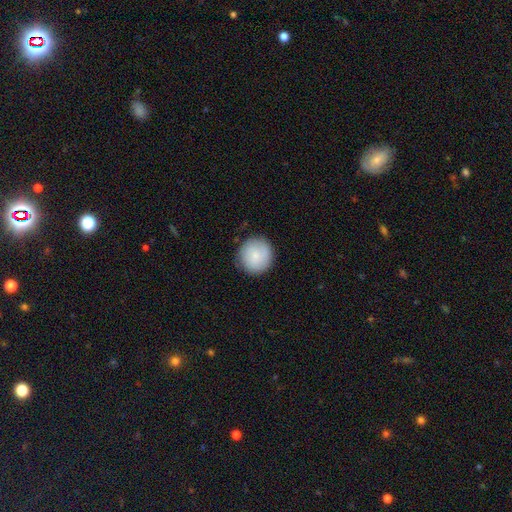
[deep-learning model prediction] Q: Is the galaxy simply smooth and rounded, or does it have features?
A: smooth — 81%.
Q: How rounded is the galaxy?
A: round — 94%.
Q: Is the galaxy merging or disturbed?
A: none — 86%.